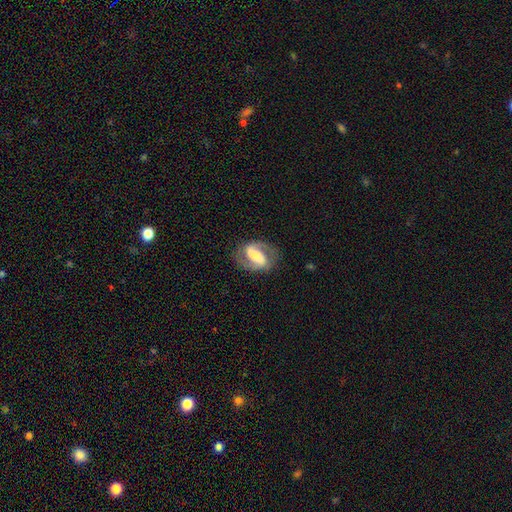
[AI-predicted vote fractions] featured or disk 83%, smooth 12%, star or artifact 5%. Down the decision tree: edge-on disk — no (97%); bar — strong (51%); spiral arms — yes (93%); spiral arm count — 2 (91%); spiral winding — medium (51%); bulge size — moderate (50%); merging — none (79%).